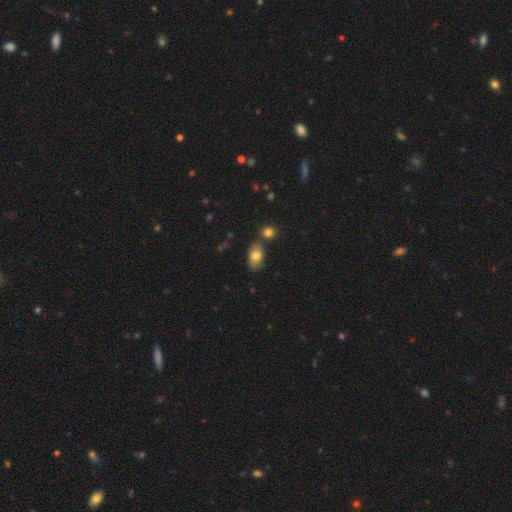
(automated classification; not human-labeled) A smooth galaxy with no disk features (80%) that is in between round and cigar-shaped (90%). Merging: none (68%).